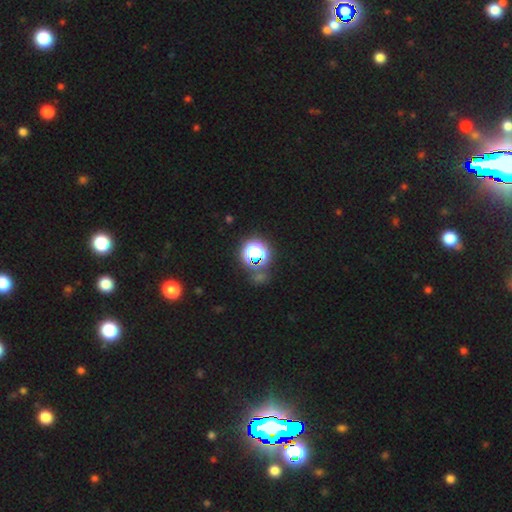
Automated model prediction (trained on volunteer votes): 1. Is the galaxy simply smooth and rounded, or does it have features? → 76% star or artifact, 16% smooth, 8% featured or disk.